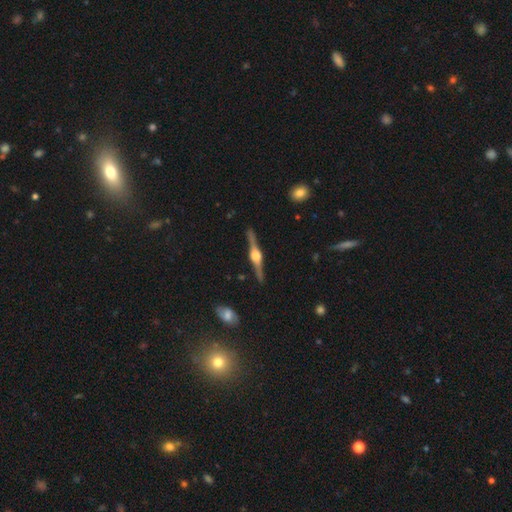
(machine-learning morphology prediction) Smooth or featured? featured or disk (88%)
Edge-on disk? yes (98%)
Edge-on bulge? rounded (93%)
Merging? none (90%)